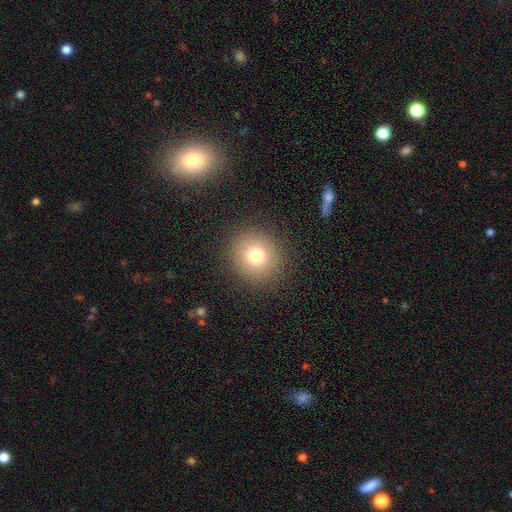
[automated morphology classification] This appears to be a smooth galaxy with no disk features (75%) that is round (91%). Merging: none (90%).